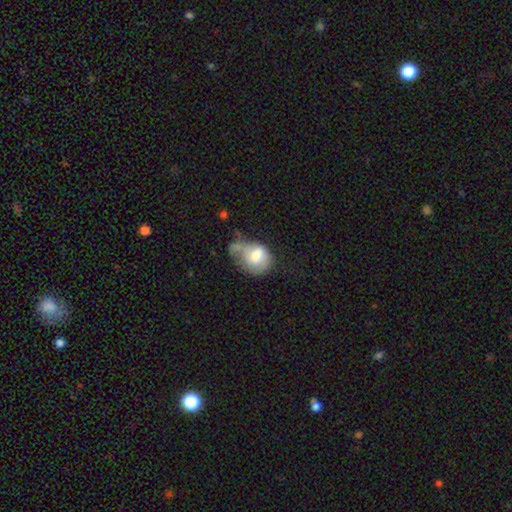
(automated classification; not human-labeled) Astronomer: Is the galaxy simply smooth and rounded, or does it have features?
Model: smooth — 70%.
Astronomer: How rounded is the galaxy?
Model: round — 54% (runner-up: in between, 45%).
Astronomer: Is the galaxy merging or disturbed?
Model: major disturbance — 28% (runner-up: minor disturbance, 26%).